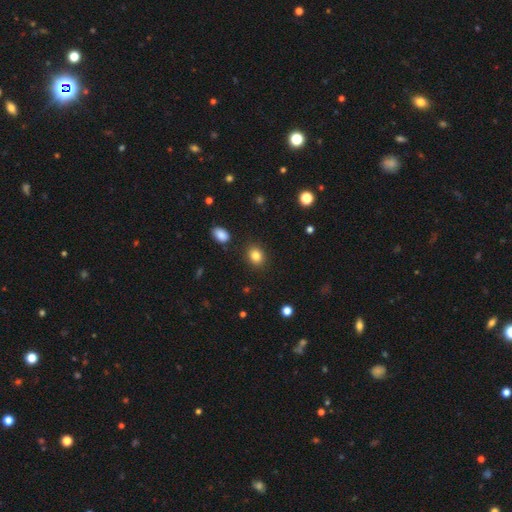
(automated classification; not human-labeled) smooth-or-featured: smooth: 84% | star or artifact: 10% | featured or disk: 5%
  how-rounded: round: 59% | in between: 40% | cigar-shaped: 1%
  merging: none: 88% | minor disturbance: 8% | major disturbance: 2% | merger: 2%